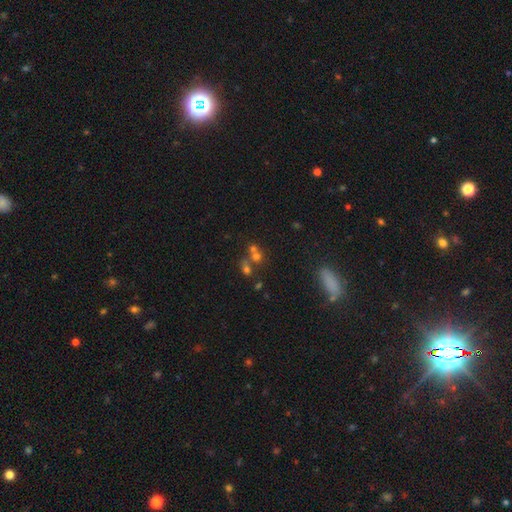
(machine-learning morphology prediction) Smooth or featured?
  - smooth: 51% *
  - star or artifact: 30%
  - featured or disk: 19%
How rounded?
  - round: 77% *
  - in between: 21%
  - cigar-shaped: 2%
Merging?
  - merger: 44% *
  - none: 43%
  - minor disturbance: 8%
  - major disturbance: 5%